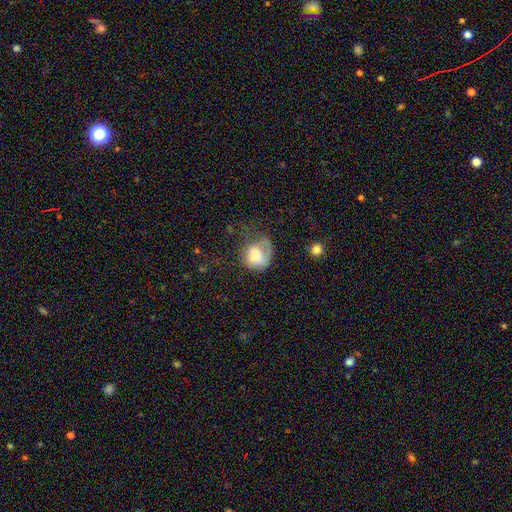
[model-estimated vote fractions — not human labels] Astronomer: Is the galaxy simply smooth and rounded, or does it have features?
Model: smooth — 56% (runner-up: featured or disk, 36%).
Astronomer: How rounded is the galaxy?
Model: round — 67%.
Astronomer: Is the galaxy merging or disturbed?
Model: major disturbance — 40% (runner-up: none, 33%).